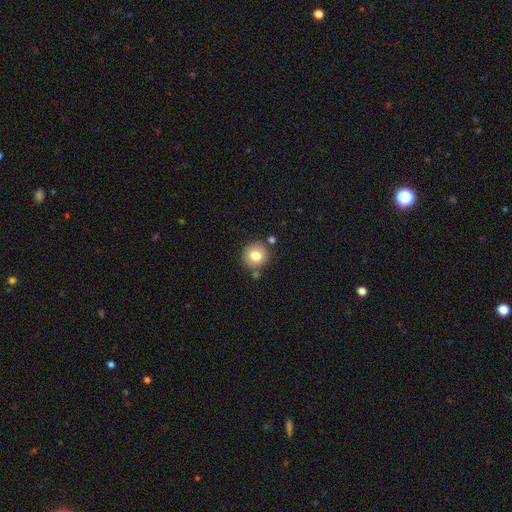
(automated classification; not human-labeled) The model was most divided on "smooth or featured": smooth: 78%, featured or disk: 11%, star or artifact: 11%. More confident: how rounded — round (92%); merging — none (79%).